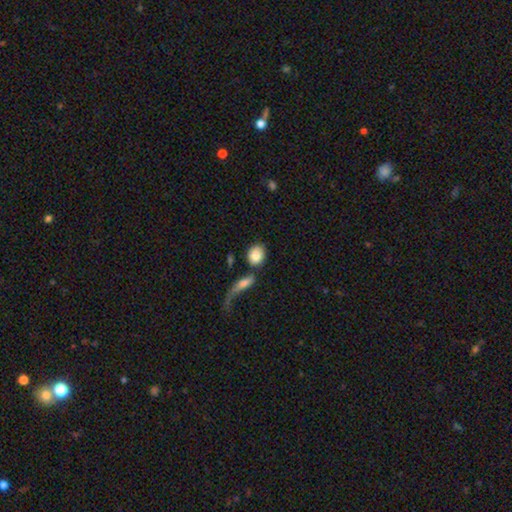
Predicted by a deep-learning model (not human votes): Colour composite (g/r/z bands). It shows a smooth galaxy with no disk features (80%) that is round (54%). Merging: none (64%).